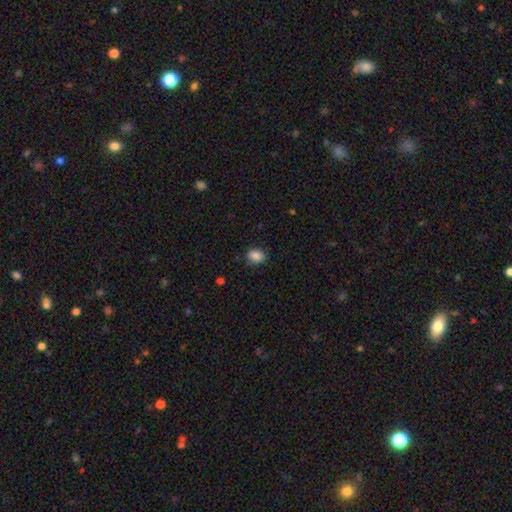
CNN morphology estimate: Q: Smooth or featured?
A: smooth (86%); runner-up: star or artifact (9%)
Q: How rounded?
A: in between (66%); runner-up: round (33%)
Q: Merging?
A: none (85%); runner-up: minor disturbance (11%)